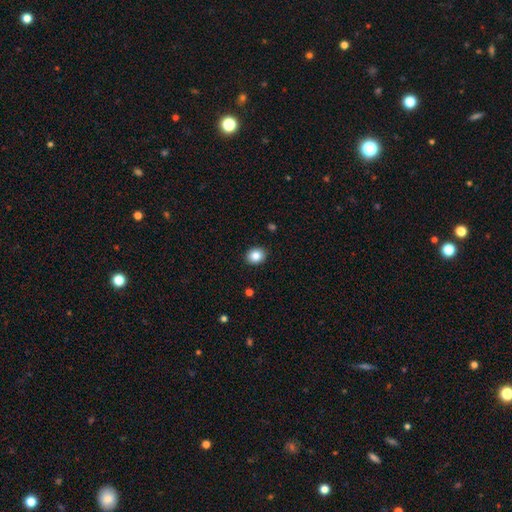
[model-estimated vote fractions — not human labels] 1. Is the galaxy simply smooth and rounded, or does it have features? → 86% smooth, 9% star or artifact, 5% featured or disk.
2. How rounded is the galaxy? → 64% round, 36% in between, 1% cigar-shaped.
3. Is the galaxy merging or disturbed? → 91% none, 6% minor disturbance, 2% major disturbance, 1% merger.